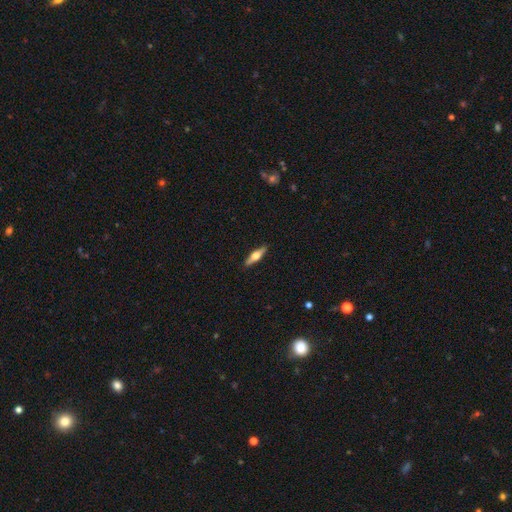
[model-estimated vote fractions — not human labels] A featured or disk galaxy (61%) viewed edge-on (96%) with a rounded central bulge (94%).

Vote fractions:
- Smooth or featured? featured or disk: 61% / smooth: 34% / star or artifact: 6%
- Edge-on disk? yes: 96% / no: 4%
- Edge-on bulge? rounded: 94% / boxy: 5% / none: 2%
- Merging? none: 90% / minor disturbance: 8% / major disturbance: 2% / merger: 1%